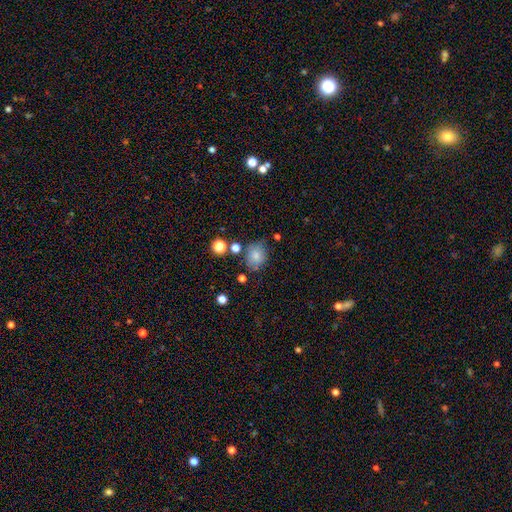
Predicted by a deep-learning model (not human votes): smooth-or-featured: smooth: 79% | star or artifact: 12% | featured or disk: 9%
  how-rounded: round: 62% | in between: 37% | cigar-shaped: 1%
  merging: none: 70% | minor disturbance: 17% | merger: 7% | major disturbance: 5%